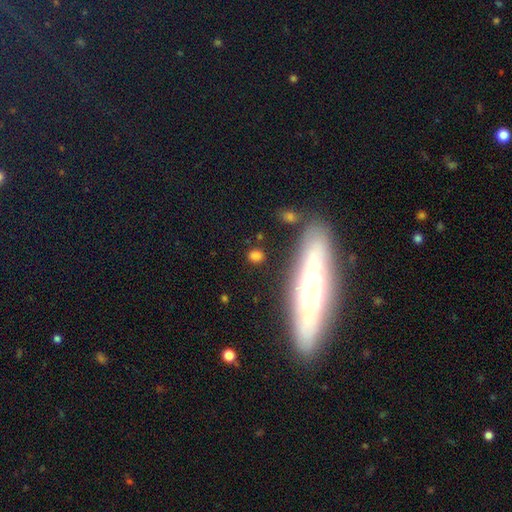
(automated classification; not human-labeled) This is likely a smooth galaxy (73%). How rounded: possibly in between (47%). Merging: clearly none (81%).